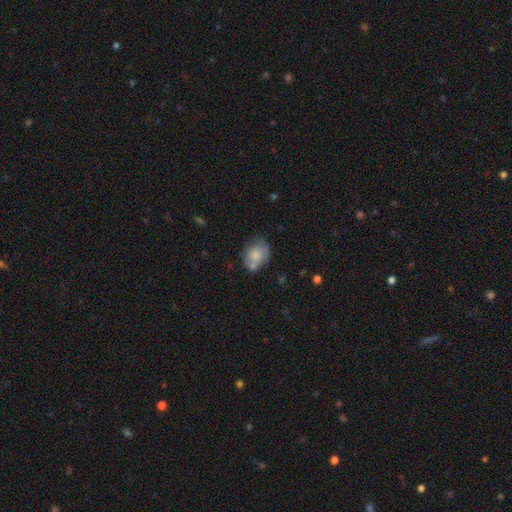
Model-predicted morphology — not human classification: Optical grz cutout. It shows a smooth galaxy with no disk features (69%) that is in between round and cigar-shaped (61%). Merging: none (47%).